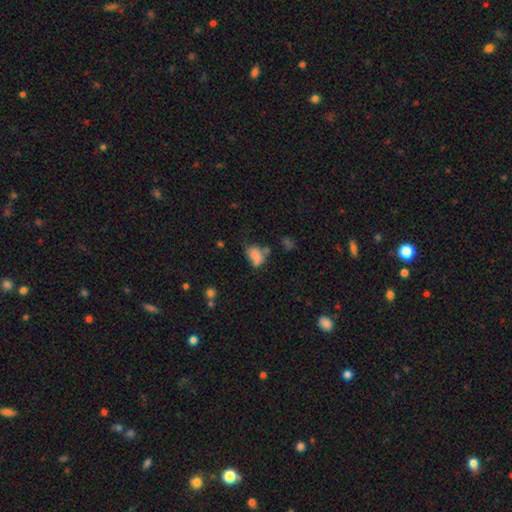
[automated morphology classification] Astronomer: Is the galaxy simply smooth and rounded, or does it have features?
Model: smooth — 72%.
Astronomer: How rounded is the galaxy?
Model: in between — 66%.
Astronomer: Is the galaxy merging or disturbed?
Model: none — 35% (runner-up: minor disturbance, 30%).